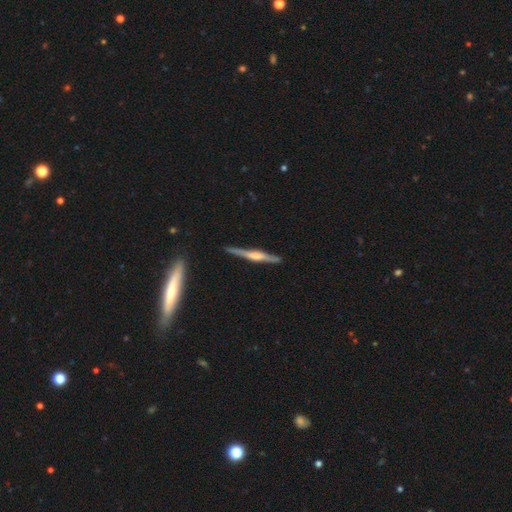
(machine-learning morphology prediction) Smooth or featured? Predicted: featured or disk (p=0.73). Edge-on disk? Predicted: yes (p=0.98). Edge-on bulge? Predicted: rounded (p=0.58). Merging? Predicted: none (p=0.87).